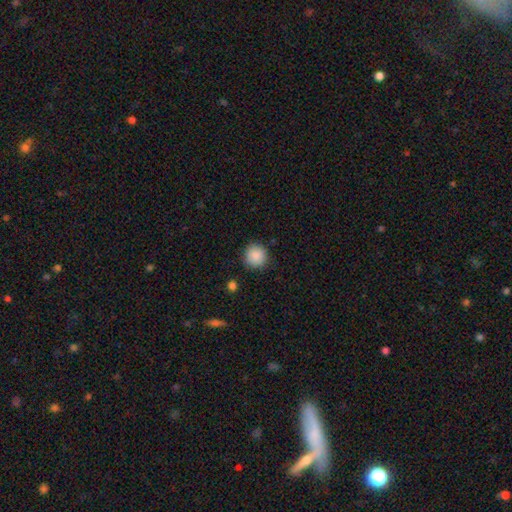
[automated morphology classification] Smooth or featured: smooth — 88% (star or artifact — 9%)
How rounded: round — 93% (in between — 6%)
Merging: none — 87% (minor disturbance — 9%)